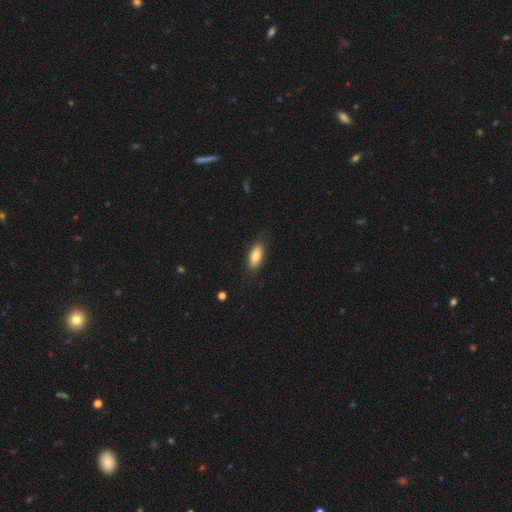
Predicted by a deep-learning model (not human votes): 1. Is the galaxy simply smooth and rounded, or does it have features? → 80% smooth, 13% featured or disk, 7% star or artifact.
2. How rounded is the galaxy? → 85% in between, 12% cigar-shaped, 3% round.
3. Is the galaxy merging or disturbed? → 84% none, 13% minor disturbance, 3% major disturbance, 1% merger.